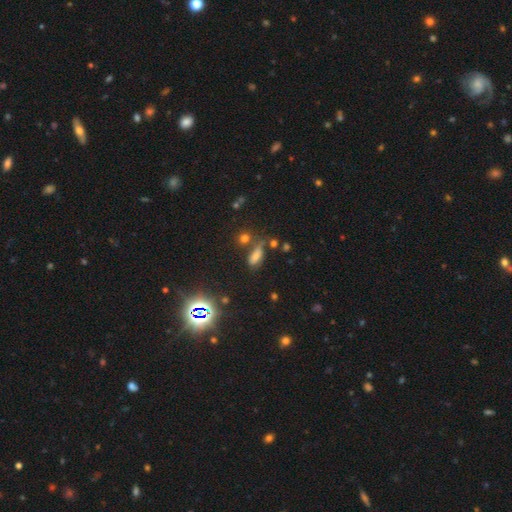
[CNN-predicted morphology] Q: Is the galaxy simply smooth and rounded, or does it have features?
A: smooth — 57%.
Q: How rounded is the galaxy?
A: in between — 62%.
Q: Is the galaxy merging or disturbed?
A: none — 63%.